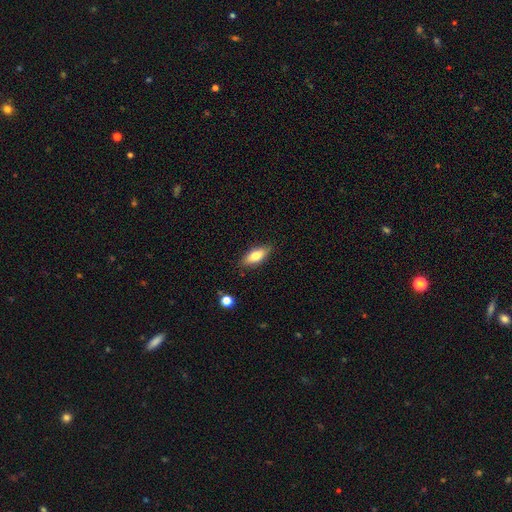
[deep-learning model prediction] Q: Smooth or featured?
A: smooth (72%); runner-up: featured or disk (21%)
Q: How rounded?
A: in between (73%); runner-up: cigar-shaped (25%)
Q: Merging?
A: none (85%); runner-up: minor disturbance (11%)